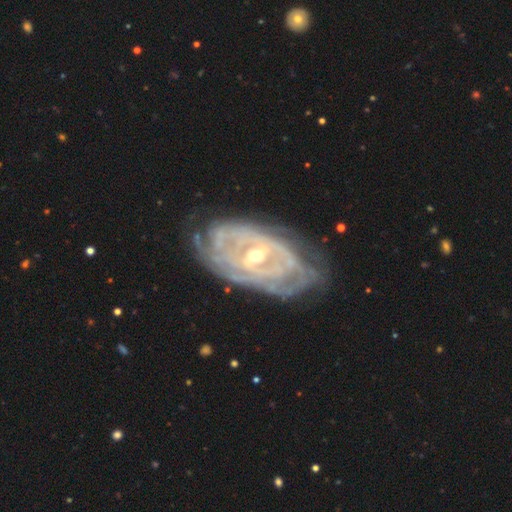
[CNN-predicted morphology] Smooth or featured? Predicted: featured or disk (p=0.86). Edge-on disk? Predicted: no (p=0.92). Bar? Predicted: weak (p=0.42). Spiral arms? Predicted: yes (p=0.89). Spiral winding? Predicted: tight (p=0.79). Spiral arm count? Predicted: can't tell (p=0.50). Bulge size? Predicted: moderate (p=0.50). Merging? Predicted: none (p=0.71).